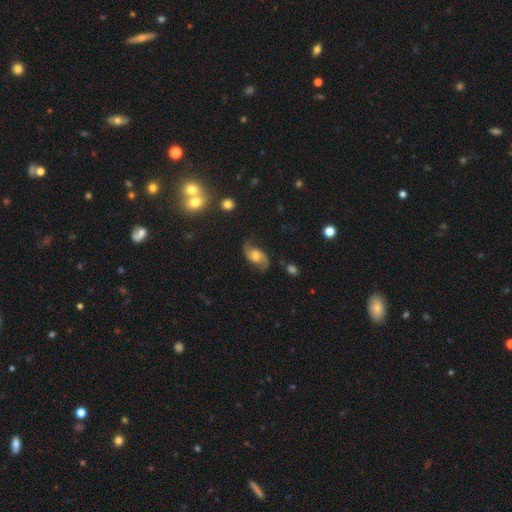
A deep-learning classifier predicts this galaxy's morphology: A featured or disk galaxy (74%) with no bar (67%), 2 (92%) loose (53%) spiral arms (92%) and a moderate central bulge (66%). Merging: none (73%).